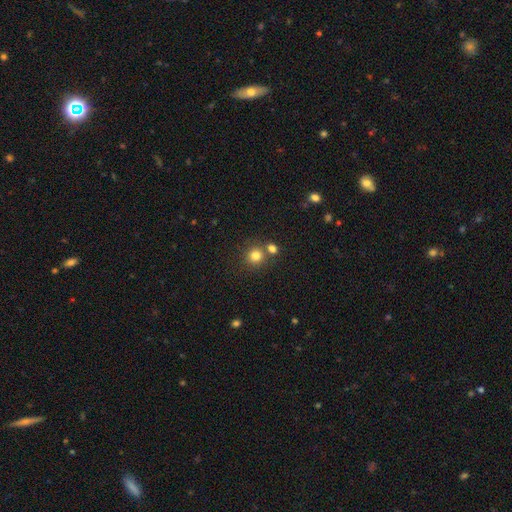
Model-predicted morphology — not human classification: Smooth or featured? Predicted: smooth (p=0.80). How rounded? Predicted: round (p=0.90). Merging? Predicted: none (p=0.69).